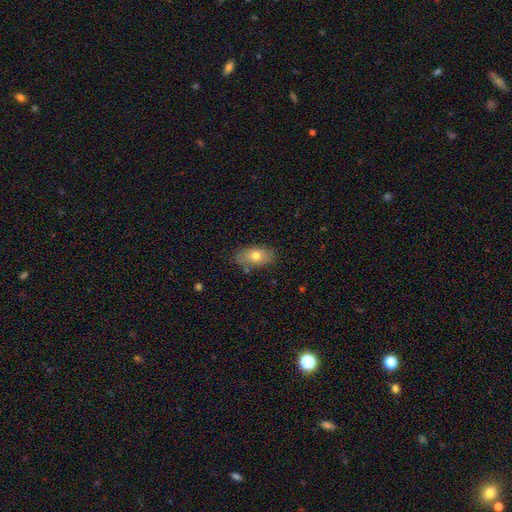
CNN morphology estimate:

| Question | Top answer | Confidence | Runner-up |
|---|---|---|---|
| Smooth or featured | smooth | 72% | featured or disk (20%) |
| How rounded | in between | 89% | round (7%) |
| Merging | none | 78% | minor disturbance (16%) |